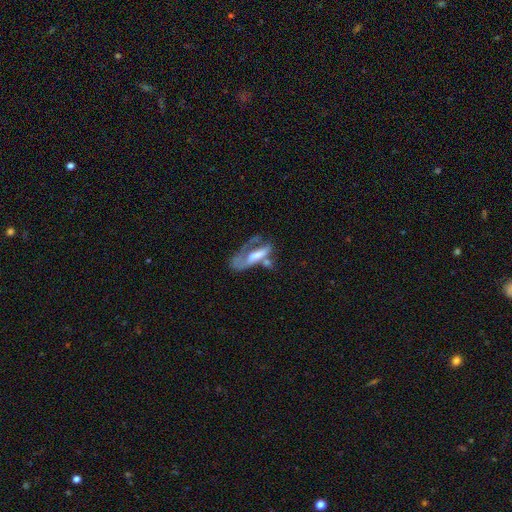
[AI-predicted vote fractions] Morphology: type=featured or disk (58%); edge-on=no (79%); merging=major disturbance (38%).